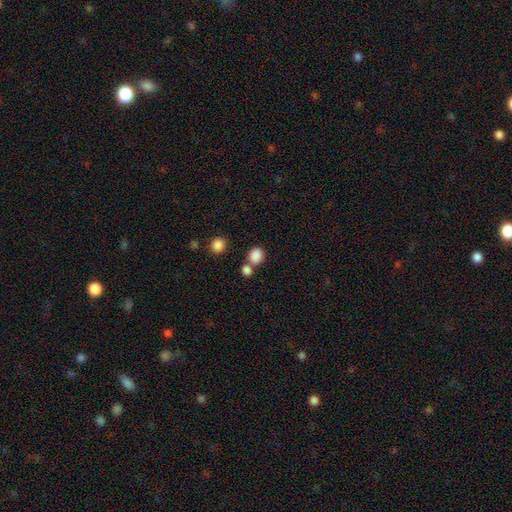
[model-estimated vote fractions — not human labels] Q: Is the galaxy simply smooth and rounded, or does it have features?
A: smooth — 85%.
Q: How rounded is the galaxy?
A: round — 68%.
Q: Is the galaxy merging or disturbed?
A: none — 56%.